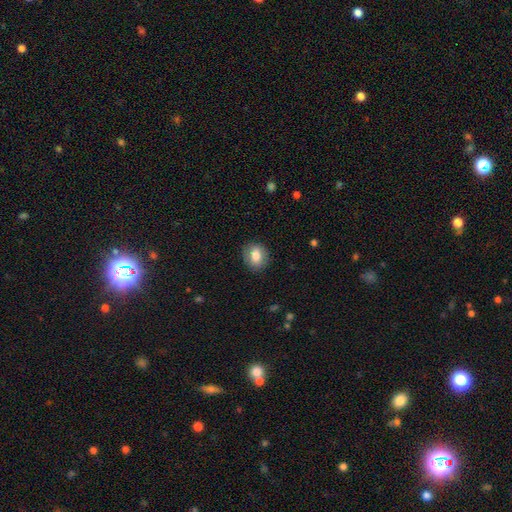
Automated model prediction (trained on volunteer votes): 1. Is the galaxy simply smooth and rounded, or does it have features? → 80% smooth, 12% featured or disk, 8% star or artifact.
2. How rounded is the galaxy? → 50% in between, 49% round, 1% cigar-shaped.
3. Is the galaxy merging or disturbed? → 85% none, 11% minor disturbance, 3% major disturbance, 1% merger.